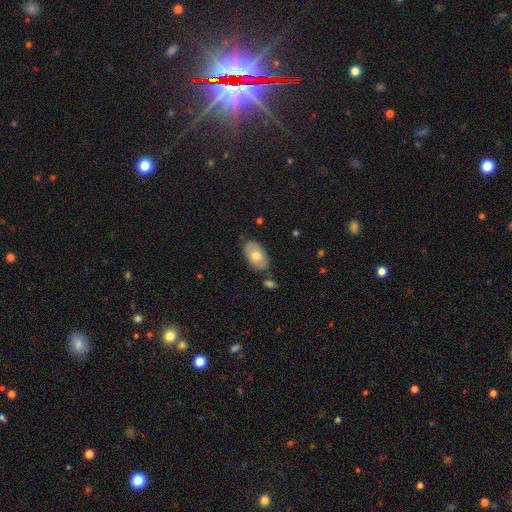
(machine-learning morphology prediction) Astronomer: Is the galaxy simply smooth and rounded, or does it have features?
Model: smooth — 70%.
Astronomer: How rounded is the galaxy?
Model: in between — 92%.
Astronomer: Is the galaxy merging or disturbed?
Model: none — 76%.